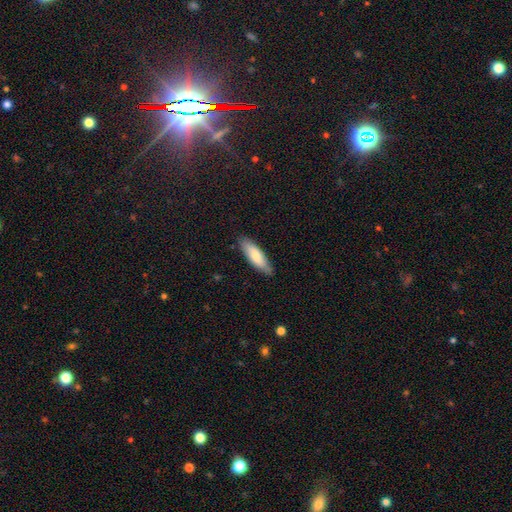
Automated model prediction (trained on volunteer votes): smooth_or_featured: smooth (p=0.77) [alt: featured or disk p=0.18]
how_rounded: cigar-shaped (p=0.50) [alt: in between p=0.48]
merging: none (p=0.83) [alt: minor disturbance p=0.14]